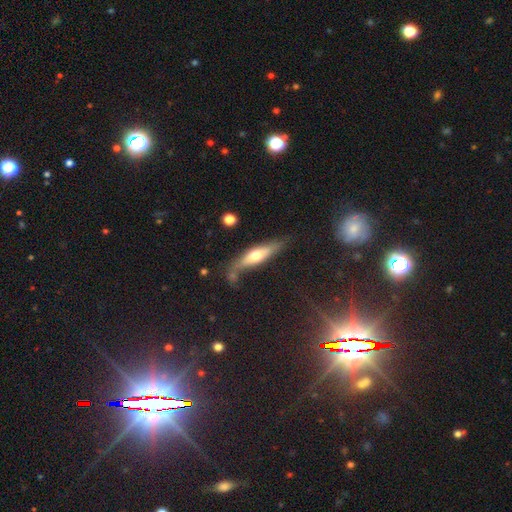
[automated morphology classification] type=smooth (48%); merging=none (60%).